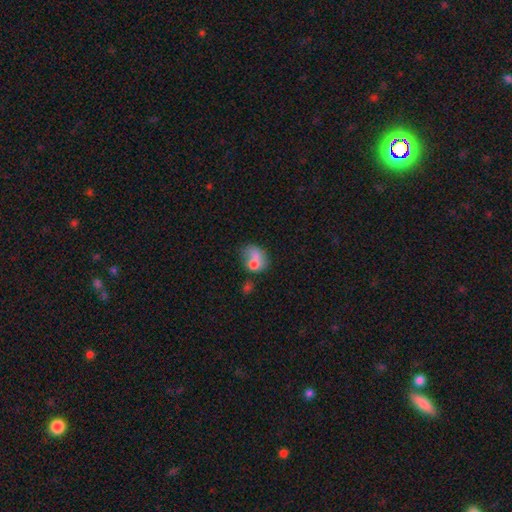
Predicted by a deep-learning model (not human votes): This is likely a smooth galaxy (66%). How rounded: possibly in between (54%). Merging: possibly merger (48%).